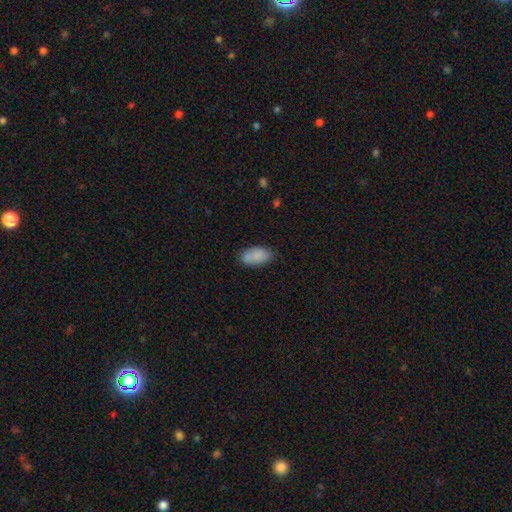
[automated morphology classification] Overall: smooth (81%). How rounded: in between (93%). Merging: none (73%).